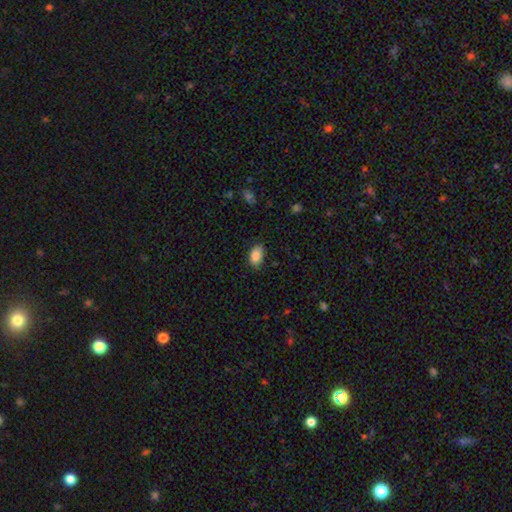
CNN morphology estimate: smooth 87%, star or artifact 8%, featured or disk 5%. Down the decision tree: how rounded — in between (91%); merging — none (81%).